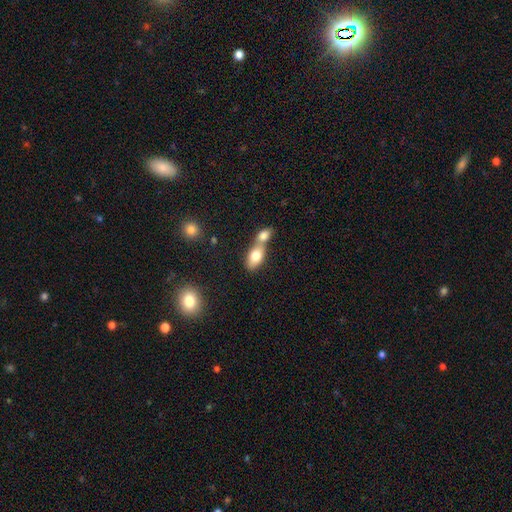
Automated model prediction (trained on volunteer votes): Smooth or featured: smooth — 78% (featured or disk — 15%)
How rounded: in between — 84% (round — 10%)
Merging: merger — 65% (none — 25%)